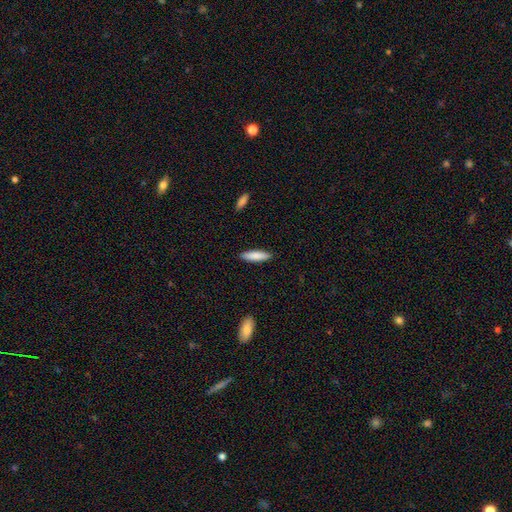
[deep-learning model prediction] Morphology: type=smooth (85%); roundness=cigar-shaped (66%); merging=none (90%).